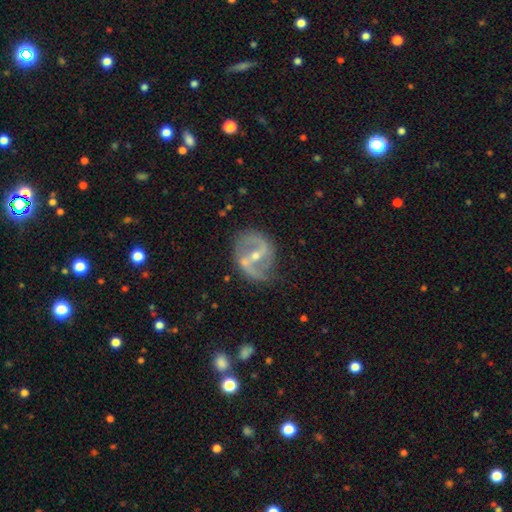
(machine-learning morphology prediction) Smooth or featured: featured or disk — 87% (smooth — 7%)
Edge-on disk: no — 97% (yes — 3%)
Bar: strong — 47% (weak — 36%)
Spiral arms: yes — 93% (no — 7%)
Spiral winding: medium — 50% (loose — 34%)
Spiral arm count: 2 — 90% (can't tell — 4%)
Bulge size: small — 50% (moderate — 46%)
Merging: none — 72% (minor disturbance — 18%)